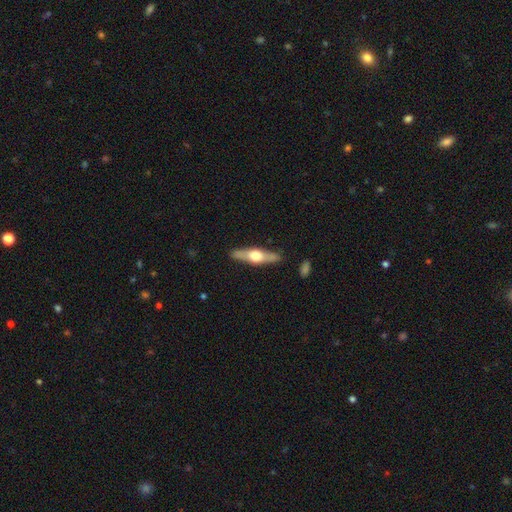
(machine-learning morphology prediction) This appears to be a featured or disk galaxy (63%) viewed edge-on (94%) with a rounded central bulge (94%). Merging: none (87%).